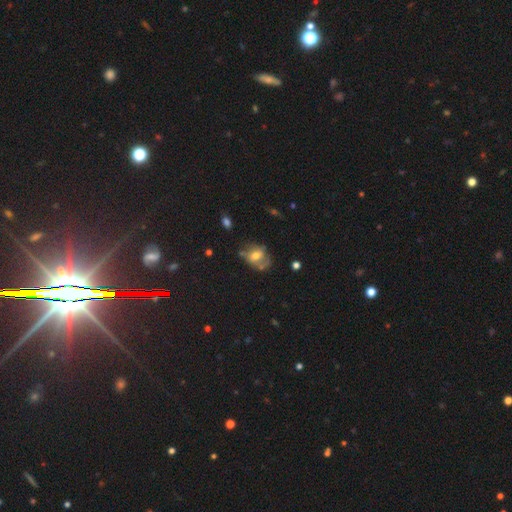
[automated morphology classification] smooth_or_featured: smooth (p=0.51) [alt: featured or disk p=0.37]
how_rounded: in between (p=0.61) [alt: round p=0.38]
merging: none (p=0.40) [alt: minor disturbance p=0.29]